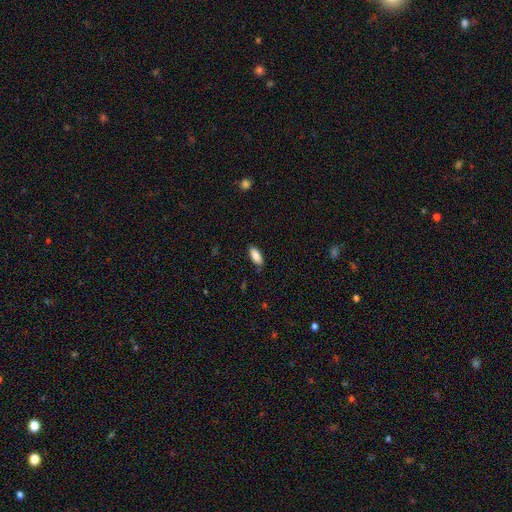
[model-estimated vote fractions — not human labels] Smooth or featured? Predicted: smooth (p=0.87). How rounded? Predicted: in between (p=0.85). Merging? Predicted: none (p=0.81).